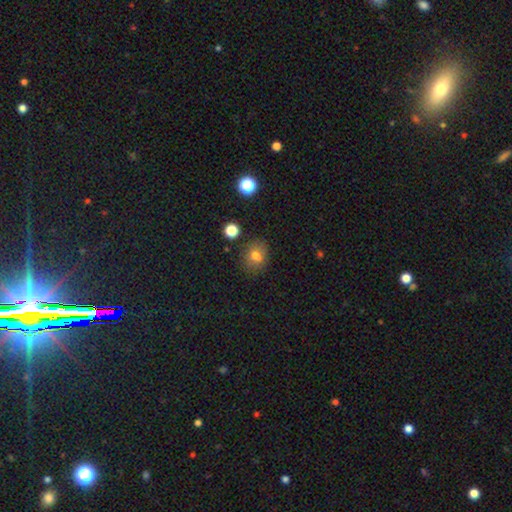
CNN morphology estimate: Smooth or featured? smooth (72%)
How rounded? round (61%)
Merging? none (67%)